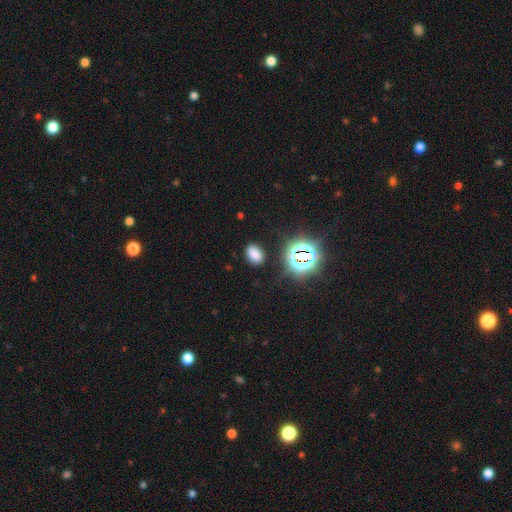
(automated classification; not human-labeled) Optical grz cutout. It shows a smooth galaxy with no disk features (72%) that is in between round and cigar-shaped (84%). Merging: none (85%).